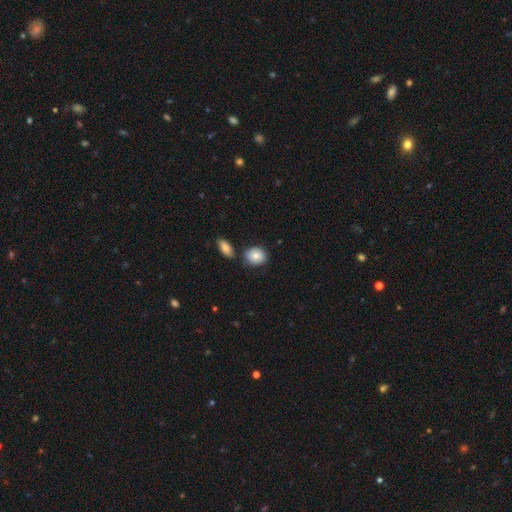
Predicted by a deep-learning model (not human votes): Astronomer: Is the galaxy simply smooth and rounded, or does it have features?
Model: smooth — 83%.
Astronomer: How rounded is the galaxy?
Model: round — 55% (runner-up: in between, 43%).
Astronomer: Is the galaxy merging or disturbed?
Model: none — 74%.